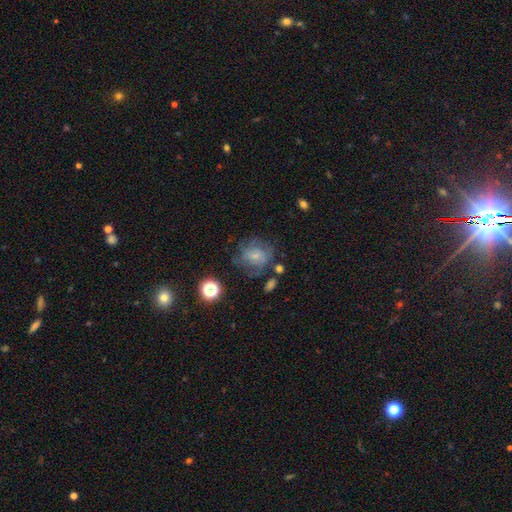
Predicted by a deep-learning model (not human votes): Q: Smooth or featured?
A: smooth (46%); runner-up: featured or disk (41%)
Q: Merging?
A: none (53%); runner-up: minor disturbance (23%)